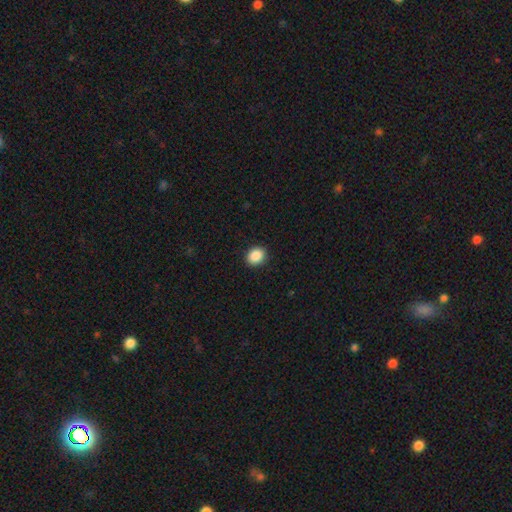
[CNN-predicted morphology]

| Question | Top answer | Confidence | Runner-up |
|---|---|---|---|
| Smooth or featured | smooth | 89% | star or artifact (8%) |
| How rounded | round | 59% | in between (40%) |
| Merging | none | 91% | minor disturbance (6%) |